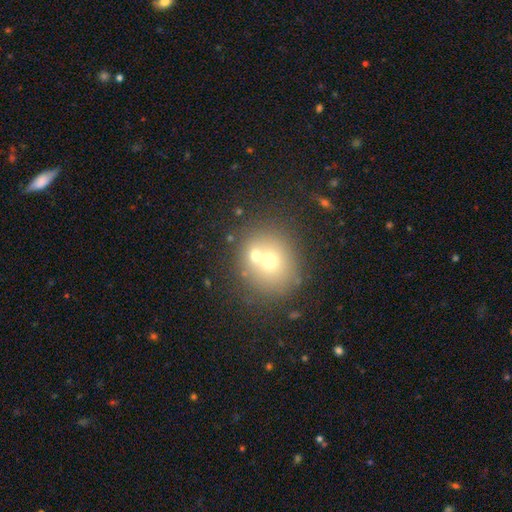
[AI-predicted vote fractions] smooth 64%, featured or disk 21%, star or artifact 15%. Down the decision tree: how rounded — round (80%); merging — none (44%).